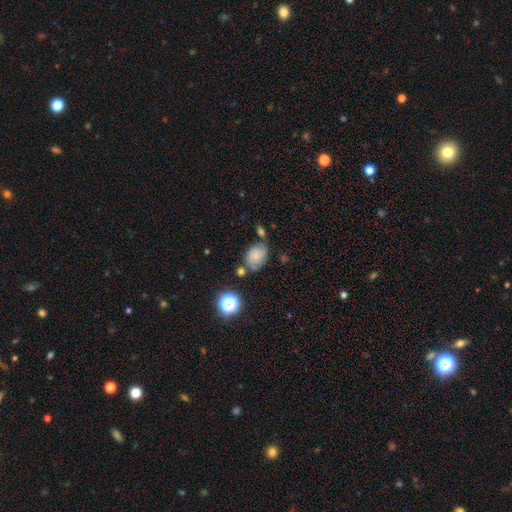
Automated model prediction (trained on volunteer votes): This appears to be a smooth galaxy with no disk features (67%) that is in between round and cigar-shaped (74%). Merging: none (54%).